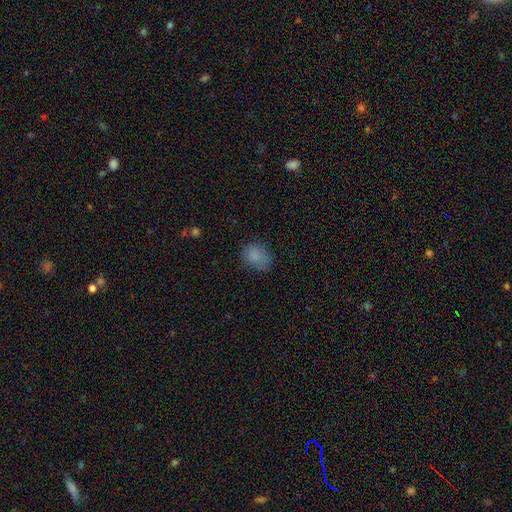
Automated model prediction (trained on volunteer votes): Smooth or featured? smooth (83%)
How rounded? in between (60%)
Merging? none (67%)